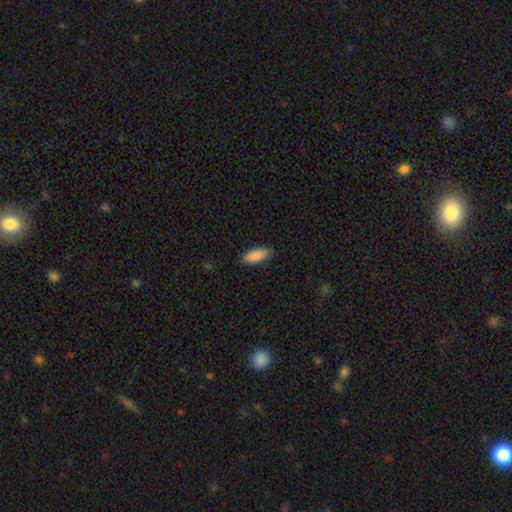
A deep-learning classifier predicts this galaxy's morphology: Smooth or featured: smooth — 90% (star or artifact — 6%)
How rounded: in between — 76% (cigar-shaped — 22%)
Merging: none — 86% (minor disturbance — 11%)